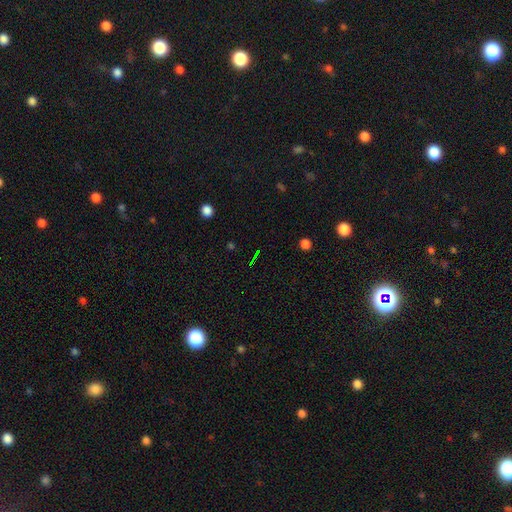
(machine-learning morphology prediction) smooth_or_featured: star or artifact (p=0.67) [alt: smooth p=0.19]